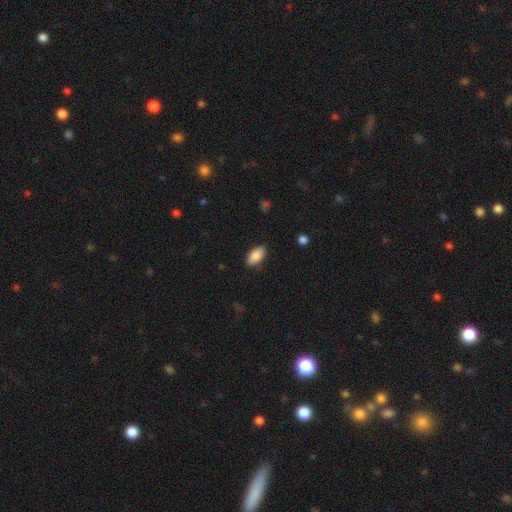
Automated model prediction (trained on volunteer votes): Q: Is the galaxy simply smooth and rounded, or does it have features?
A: smooth — 86%.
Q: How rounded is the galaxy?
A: in between — 92%.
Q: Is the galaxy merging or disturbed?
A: none — 86%.